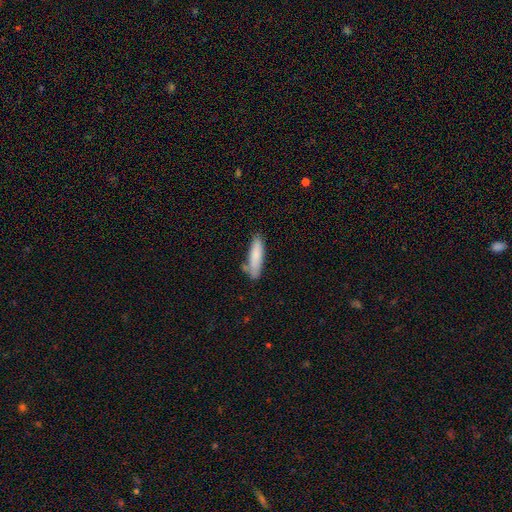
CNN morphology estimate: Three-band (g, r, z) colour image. It shows a smooth galaxy with no disk features (83%) that is cigar-shaped (63%). Merging: none (66%).